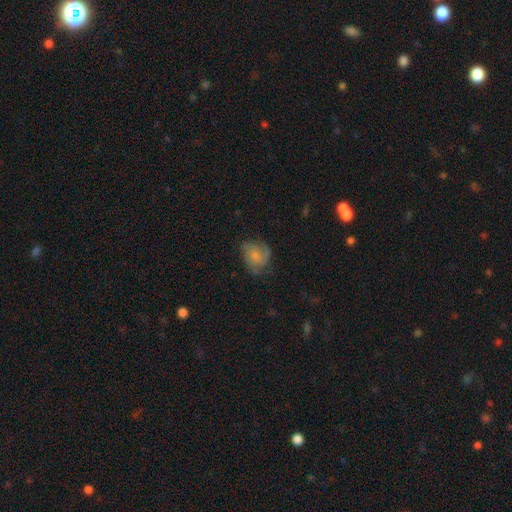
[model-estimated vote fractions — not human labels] Overall: smooth (52%; featured or disk 39%). How rounded: round (61%; in between 38%). Merging: none (58%; minor disturbance 27%).